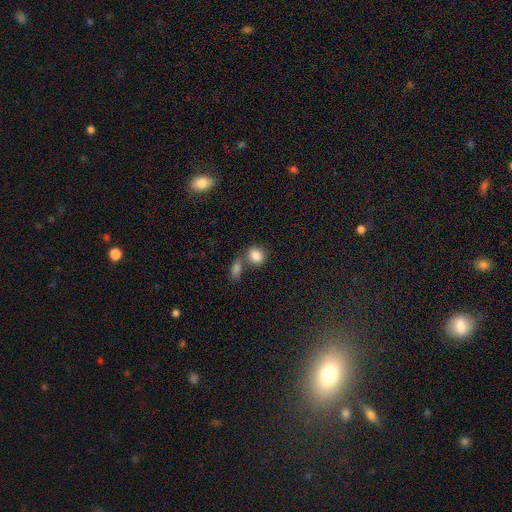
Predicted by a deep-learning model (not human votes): Smooth or featured? smooth (85%)
How rounded? round (52%)
Merging? none (50%)